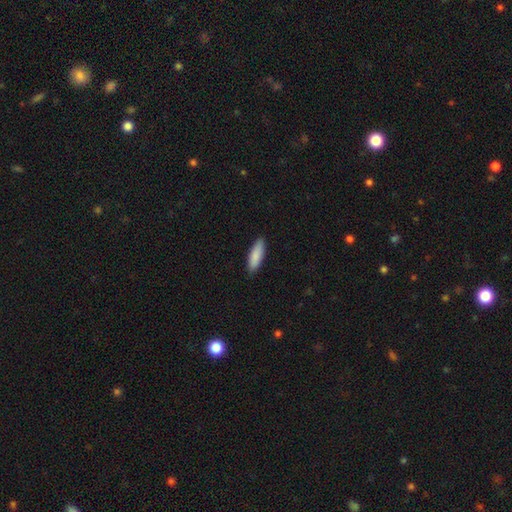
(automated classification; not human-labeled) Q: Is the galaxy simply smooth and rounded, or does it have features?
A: smooth — 88%.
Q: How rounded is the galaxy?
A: in between — 53%.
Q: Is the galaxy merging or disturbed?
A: none — 88%.